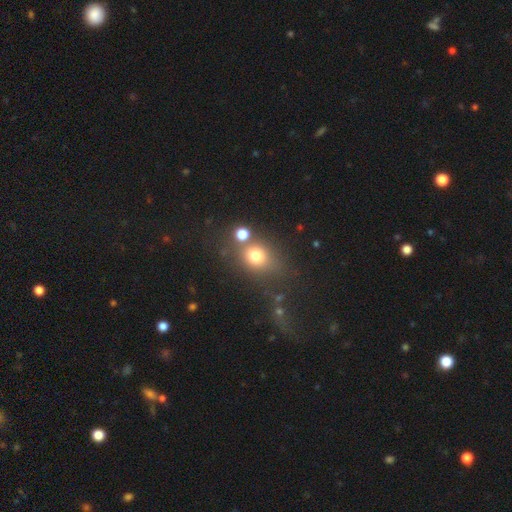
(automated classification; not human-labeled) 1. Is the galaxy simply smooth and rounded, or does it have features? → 73% smooth, 16% star or artifact, 11% featured or disk.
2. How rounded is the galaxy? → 63% round, 36% in between, 1% cigar-shaped.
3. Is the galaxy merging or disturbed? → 58% none, 21% merger, 13% minor disturbance, 8% major disturbance.